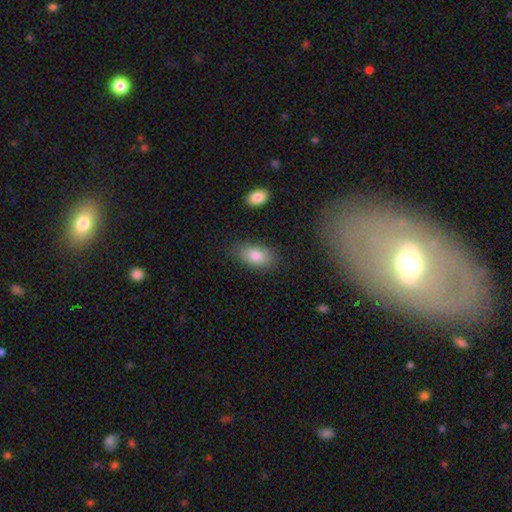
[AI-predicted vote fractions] Overall: smooth (83%). How rounded: in between (91%). Merging: none (81%).